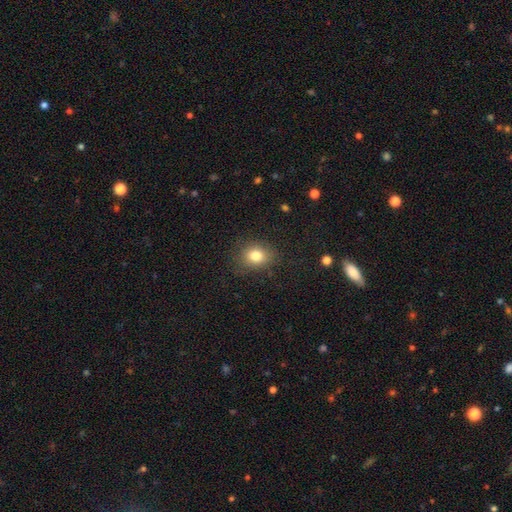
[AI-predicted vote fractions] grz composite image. It shows a smooth galaxy with no disk features (80%) that is round (56%). Merging: none (82%).